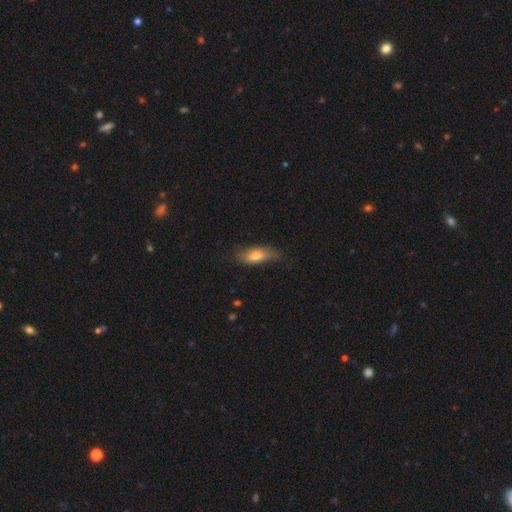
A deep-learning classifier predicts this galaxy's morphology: This is likely a smooth galaxy (72%). How rounded: likely in between (72%). Merging: likely none (63%).